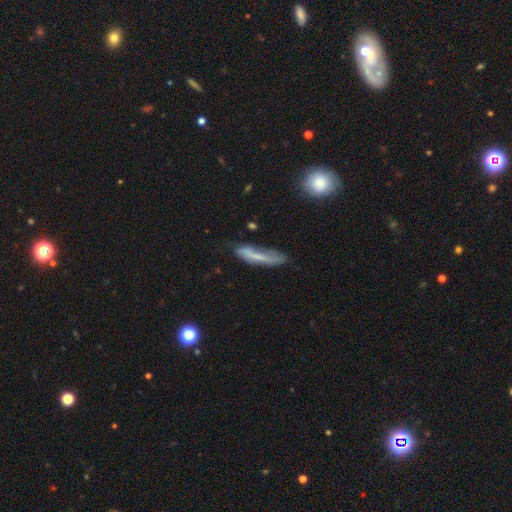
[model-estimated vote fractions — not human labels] Overall: smooth (56%; featured or disk 36%). How rounded: cigar-shaped (82%). Merging: none (51%; minor disturbance 29%).